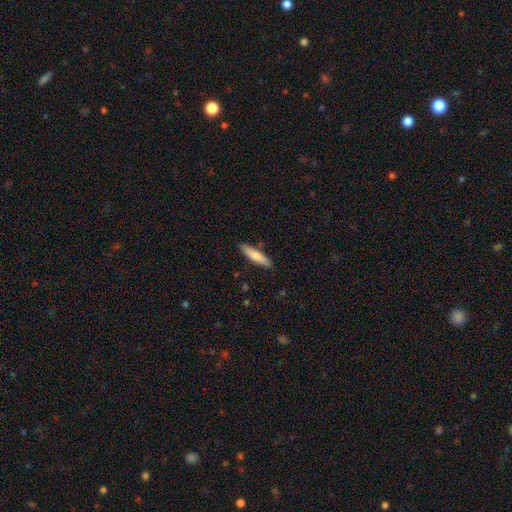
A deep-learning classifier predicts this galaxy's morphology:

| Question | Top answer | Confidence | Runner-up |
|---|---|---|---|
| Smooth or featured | smooth | 72% | featured or disk (22%) |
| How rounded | cigar-shaped | 80% | in between (19%) |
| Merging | none | 87% | minor disturbance (9%) |